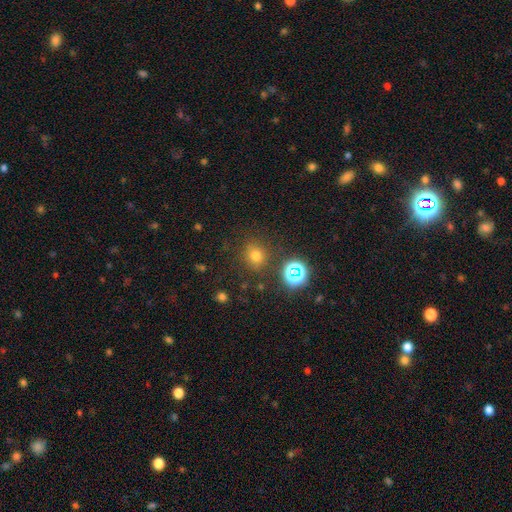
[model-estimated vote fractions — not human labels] Smooth or featured? Predicted: smooth (p=0.69). How rounded? Predicted: round (p=0.80). Merging? Predicted: none (p=0.81).